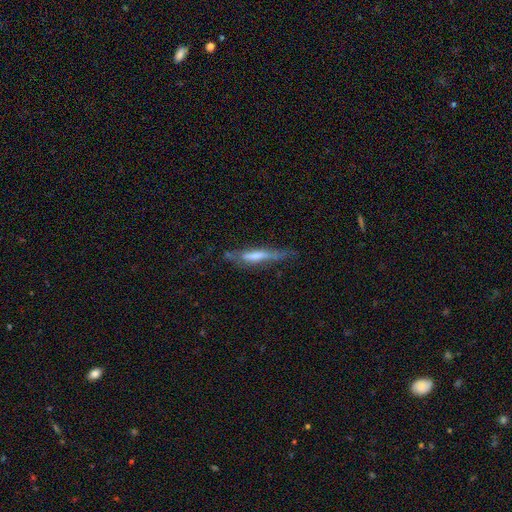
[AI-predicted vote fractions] Morphology: type=smooth (53%); roundness=cigar-shaped (86%); merging=none (53%).